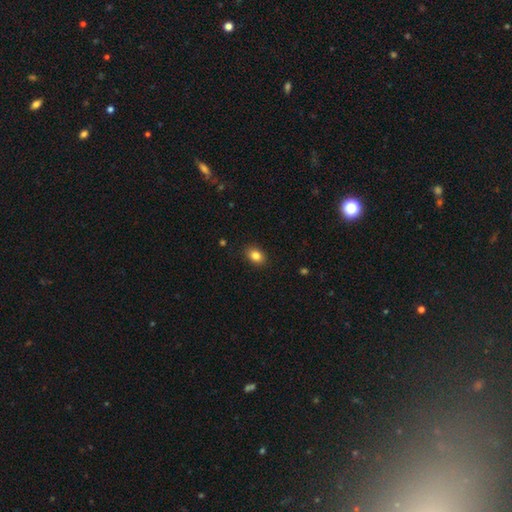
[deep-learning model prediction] This appears to be a smooth galaxy with no disk features (85%) that is in between round and cigar-shaped (74%). Merging: none (88%).